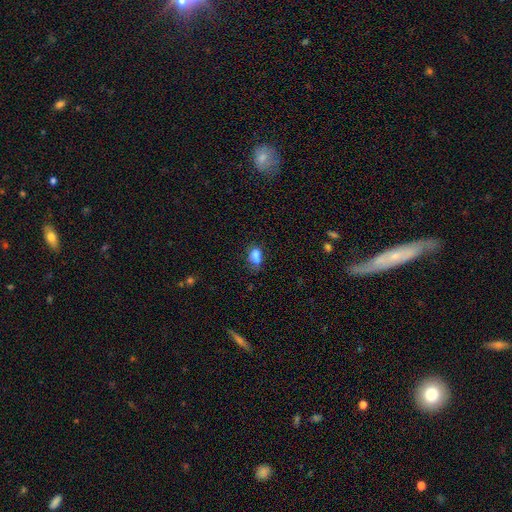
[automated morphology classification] This appears to be a smooth galaxy with no disk features (81%) that is in between round and cigar-shaped (84%). Merging: none (51%).